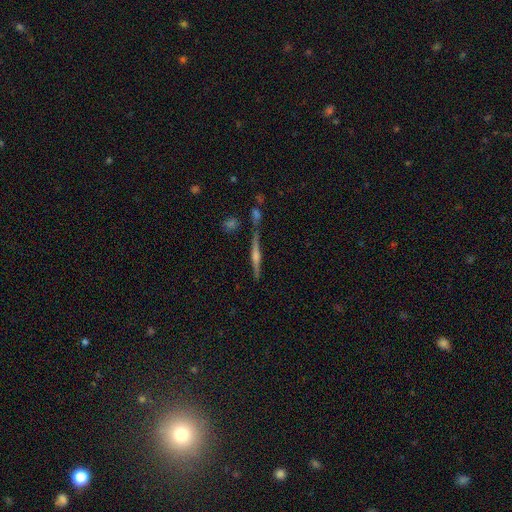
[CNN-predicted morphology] Smooth or featured? Predicted: featured or disk (p=0.76). Edge-on disk? Predicted: yes (p=0.97). Edge-on bulge? Predicted: rounded (p=0.80). Merging? Predicted: none (p=0.74).